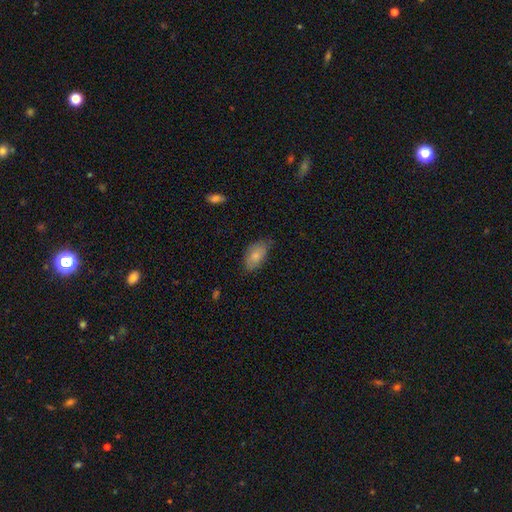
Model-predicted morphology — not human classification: The model was most divided on "merging": none: 65%, minor disturbance: 28%, major disturbance: 5%, merger: 2%. More confident: how rounded — in between (92%); smooth or featured — smooth (81%).